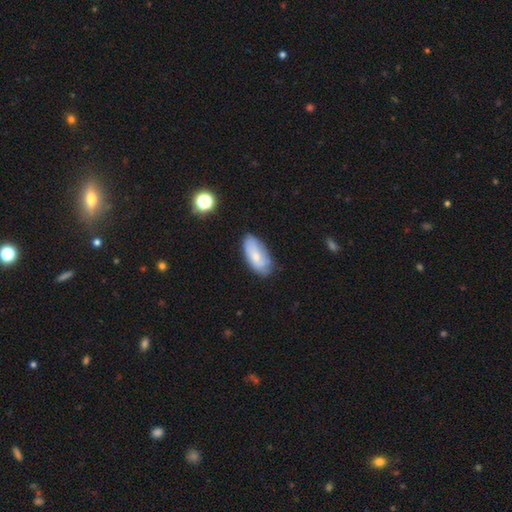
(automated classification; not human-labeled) This is likely a smooth galaxy (69%). How rounded: clearly in between (91%). Merging: likely none (68%).